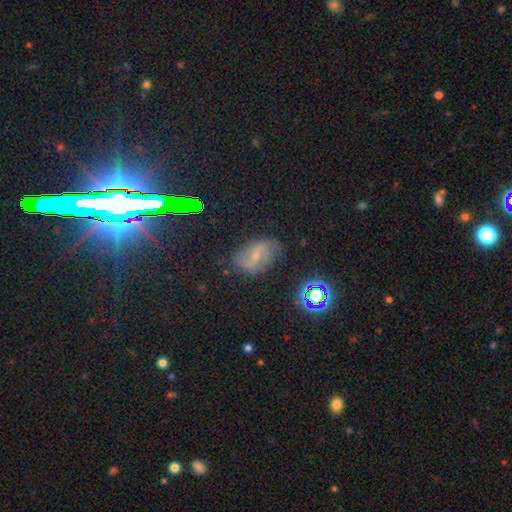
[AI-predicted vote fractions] featured or disk 63%, smooth 19%, star or artifact 18%. Down the decision tree: edge-on disk — no (95%); bar — weak (48%); spiral arms — yes (88%); spiral arm count — 2 (80%); spiral winding — loose (50%); bulge size — small (69%); merging — none (71%).